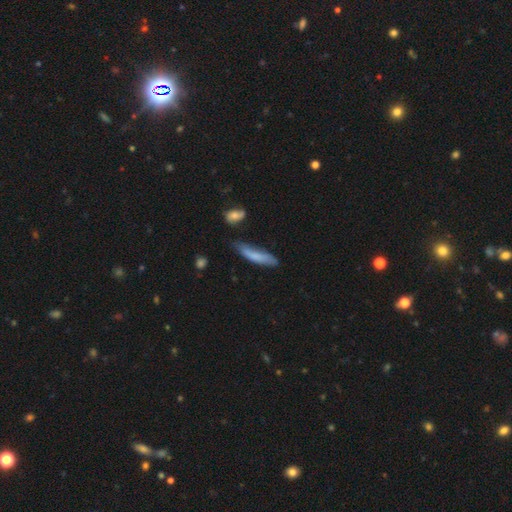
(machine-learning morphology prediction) type=smooth (72%); roundness=cigar-shaped (79%); merging=none (53%).